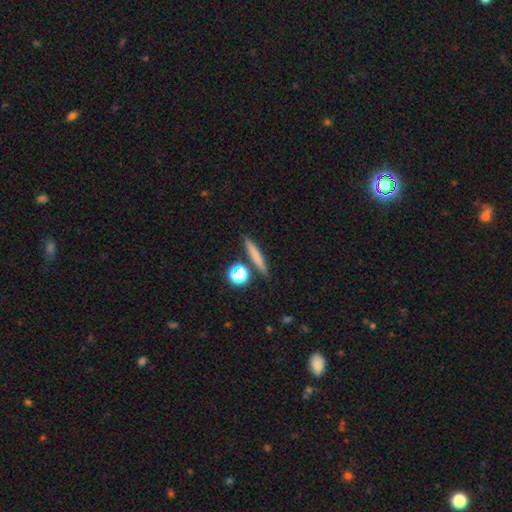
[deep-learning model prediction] Smooth or featured?
  - smooth: 69% *
  - featured or disk: 21%
  - star or artifact: 10%
How rounded?
  - cigar-shaped: 82% *
  - round: 10%
  - in between: 8%
Merging?
  - none: 82% *
  - minor disturbance: 9%
  - merger: 7%
  - major disturbance: 3%